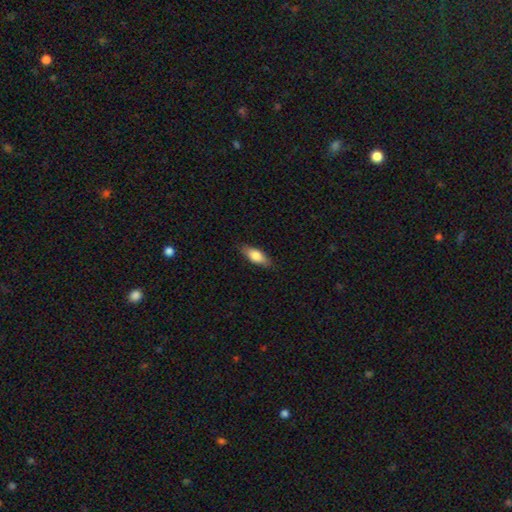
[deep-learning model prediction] A smooth galaxy with no disk features (78%) that is in between round and cigar-shaped (77%). Merging: none (84%).